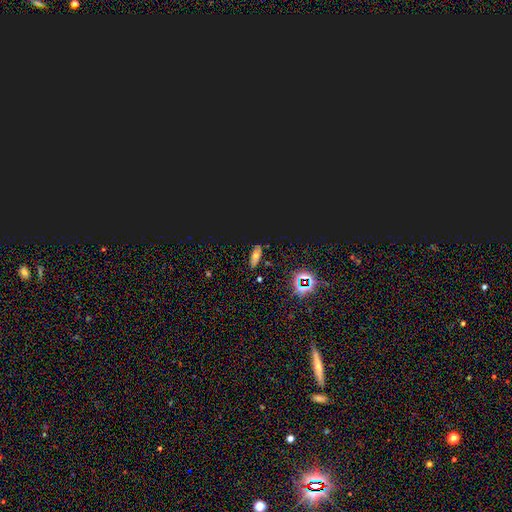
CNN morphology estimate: Smooth or featured?
  - star or artifact: 44% *
  - smooth: 39%
  - featured or disk: 17%